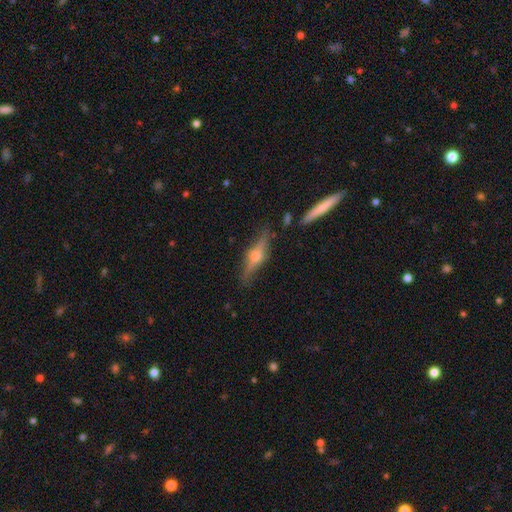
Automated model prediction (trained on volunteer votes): Morphology: type=featured or disk (68%); edge-on=yes (94%); edge-on bulge=rounded (91%); merging=none (80%).